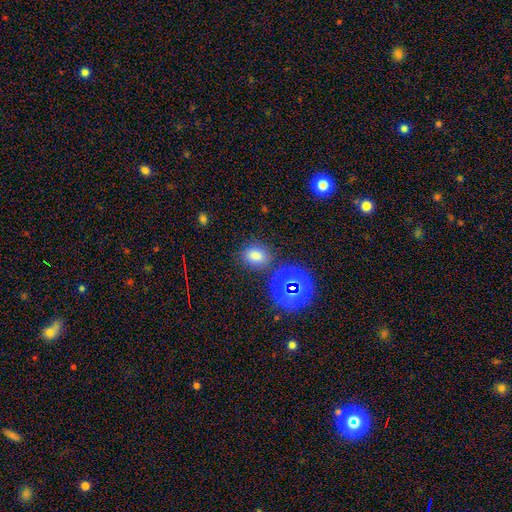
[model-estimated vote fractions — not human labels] This is likely a smooth galaxy (71%). How rounded: possibly in between (53%). Merging: likely none (78%).